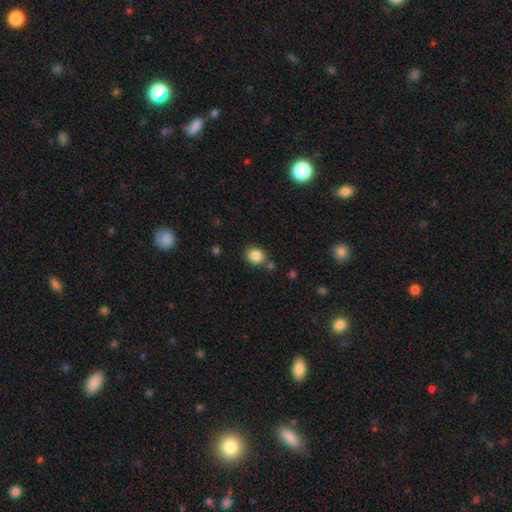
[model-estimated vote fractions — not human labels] Q: Smooth or featured?
A: smooth (86%); runner-up: star or artifact (10%)
Q: How rounded?
A: round (71%); runner-up: in between (28%)
Q: Merging?
A: none (77%); runner-up: minor disturbance (12%)